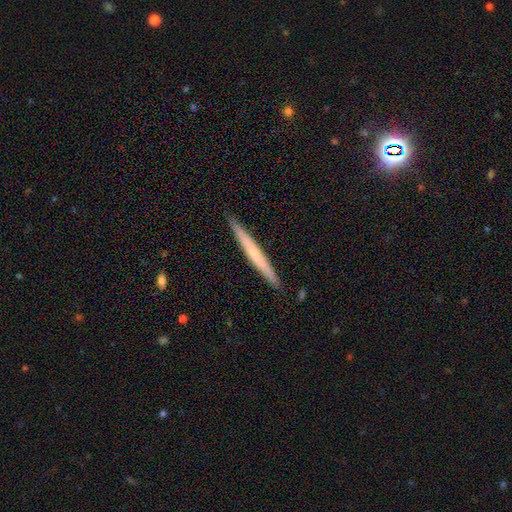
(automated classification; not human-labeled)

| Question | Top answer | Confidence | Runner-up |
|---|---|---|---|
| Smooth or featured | smooth | 53% | featured or disk (41%) |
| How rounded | cigar-shaped | 97% | in between (2%) |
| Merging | none | 91% | minor disturbance (7%) |